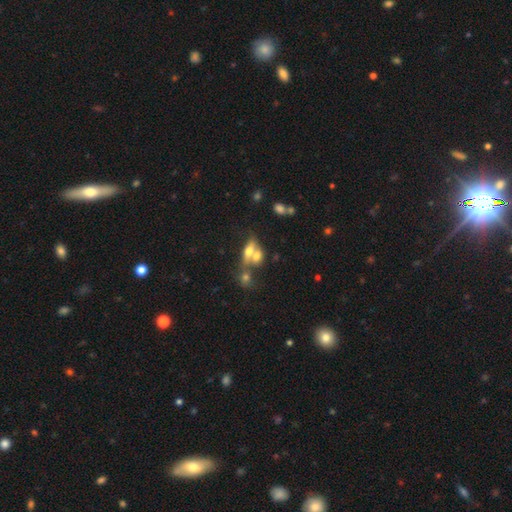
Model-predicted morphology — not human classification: This is possibly a smooth galaxy (58%). How rounded: likely in between (72%). Merging: likely merger (61%).